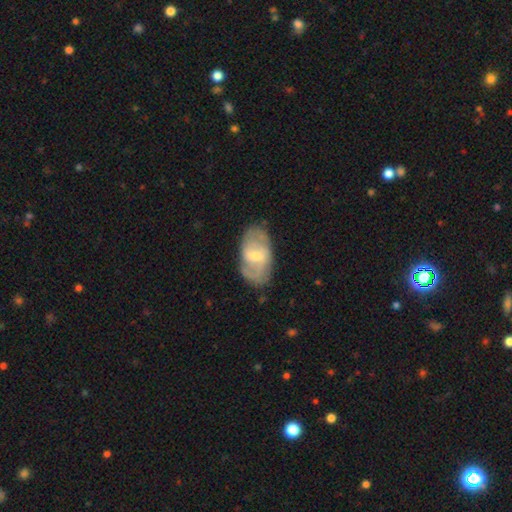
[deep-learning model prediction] smooth-or-featured: featured or disk: 68% | smooth: 27% | star or artifact: 5%
  disk-edge-on: no: 95% | yes: 5%
    bar: weak: 58% | no: 23% | strong: 19%
    has-spiral-arms: yes: 80% | no: 20%
      spiral-winding: medium: 43% | tight: 38% | loose: 19%
      spiral-arm-count: 2: 60% | can't tell: 26% | 3: 6% | 1: 4% | 4: 2% | more than 4: 2%
    bulge-size: moderate: 49% | small: 44% | large: 3% | none: 3% | dominant: 1%
  merging: none: 71% | minor disturbance: 20% | major disturbance: 7% | merger: 1%